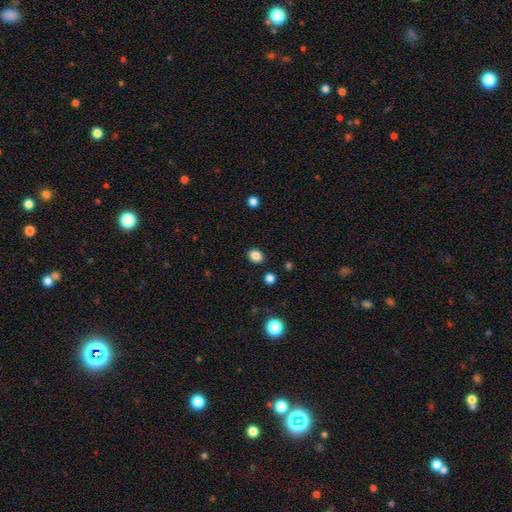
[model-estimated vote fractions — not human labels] This is clearly a smooth galaxy (86%). How rounded: possibly round (50%). Merging: clearly none (88%).